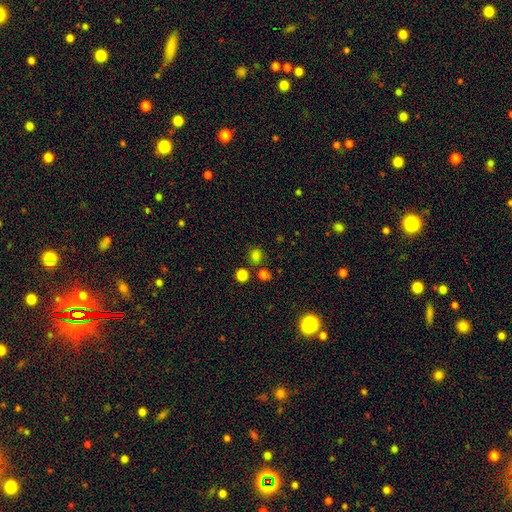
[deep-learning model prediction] Overall: smooth (76%). How rounded: round (86%). Merging: none (78%).